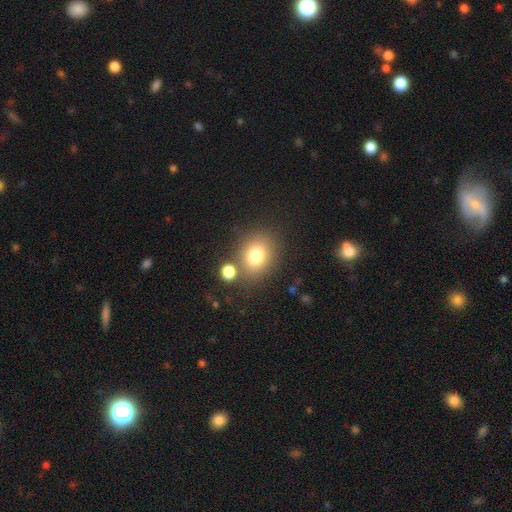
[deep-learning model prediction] A smooth galaxy with no disk features (77%) that is round (60%). Merging: none (73%).